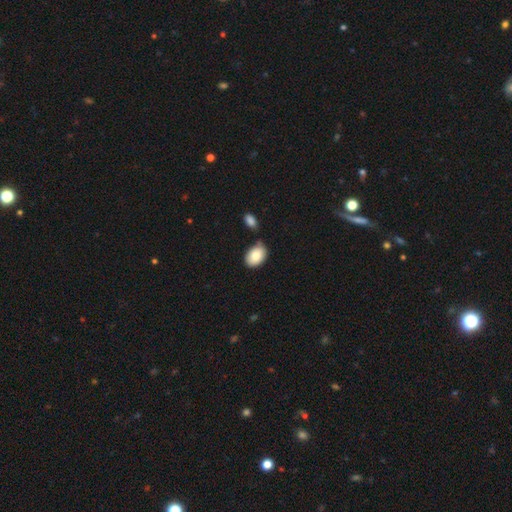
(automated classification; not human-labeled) Morphology: type=smooth (84%); roundness=in between (86%); merging=none (63%).